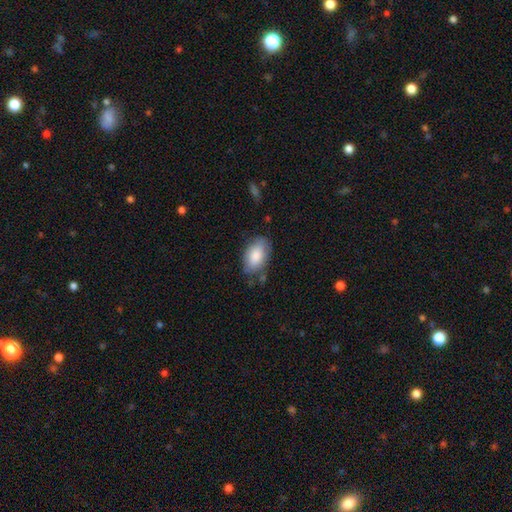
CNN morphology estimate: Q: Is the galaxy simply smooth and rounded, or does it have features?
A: smooth — 84%.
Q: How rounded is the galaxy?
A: in between — 93%.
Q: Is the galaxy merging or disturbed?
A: none — 70%.